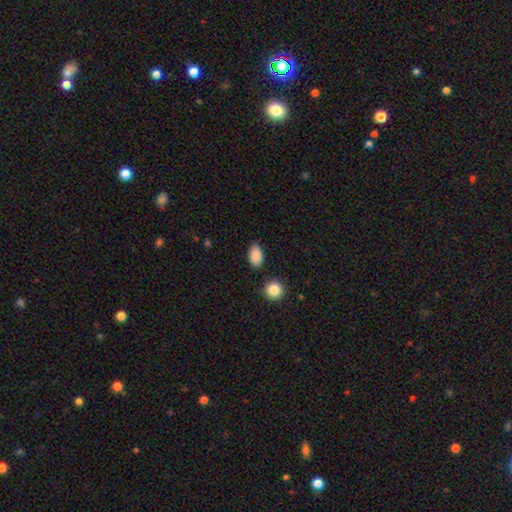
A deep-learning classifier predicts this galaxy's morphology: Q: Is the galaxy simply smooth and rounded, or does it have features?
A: smooth — 89%.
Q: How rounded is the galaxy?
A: in between — 89%.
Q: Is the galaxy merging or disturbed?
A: none — 83%.